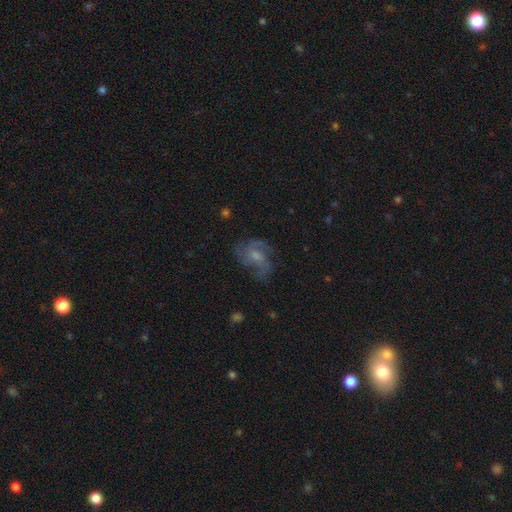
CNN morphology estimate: smooth-or-featured: featured or disk: 65% | smooth: 24% | star or artifact: 10%
  disk-edge-on: no: 97% | yes: 3%
    bar: no: 61% | weak: 34% | strong: 5%
    has-spiral-arms: yes: 83% | no: 17%
      spiral-winding: medium: 49% | loose: 31% | tight: 20%
      spiral-arm-count: 3: 35% | can't tell: 23% | 2: 22% | 4: 10% | 1: 6% | more than 4: 4%
    bulge-size: moderate: 45% | small: 29% | none: 16% | large: 9% | dominant: 2%
  merging: none: 55% | major disturbance: 22% | minor disturbance: 22% | merger: 2%